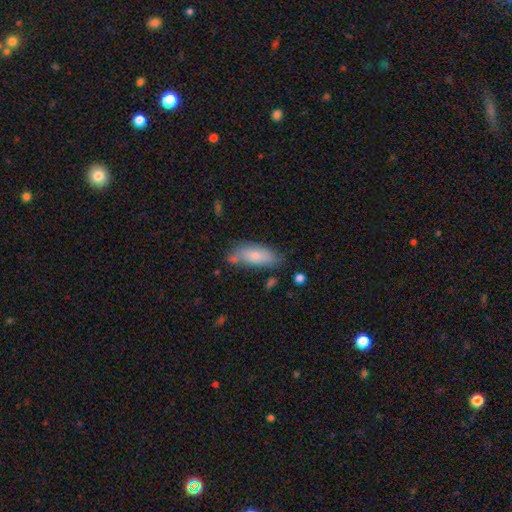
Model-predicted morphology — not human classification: This appears to be a smooth galaxy with no disk features (77%) that is in between round and cigar-shaped (79%). Merging: none (62%).